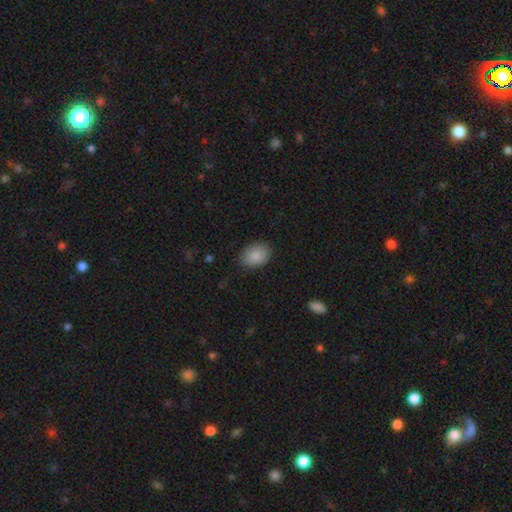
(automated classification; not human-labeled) Smooth or featured: smooth — 88% (star or artifact — 7%)
How rounded: in between — 77% (round — 22%)
Merging: none — 83% (minor disturbance — 13%)